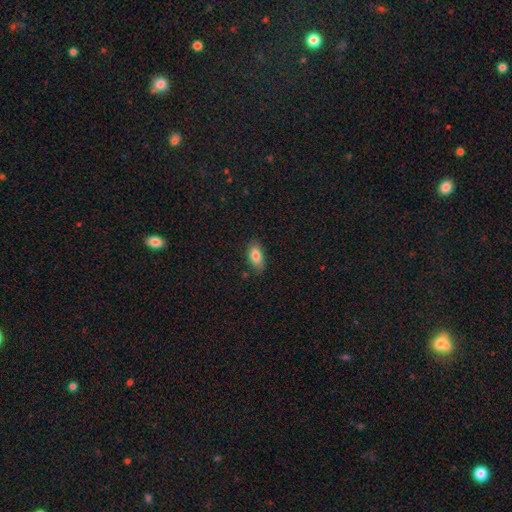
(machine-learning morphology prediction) A smooth galaxy with no disk features (81%) that is in between round and cigar-shaped (88%). Merging: none (80%).